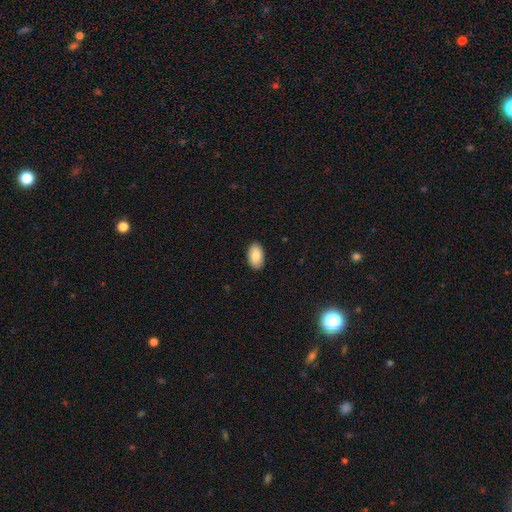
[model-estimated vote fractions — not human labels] smooth 86%, featured or disk 8%, star or artifact 6%. Down the decision tree: how rounded — in between (94%); merging — none (90%).